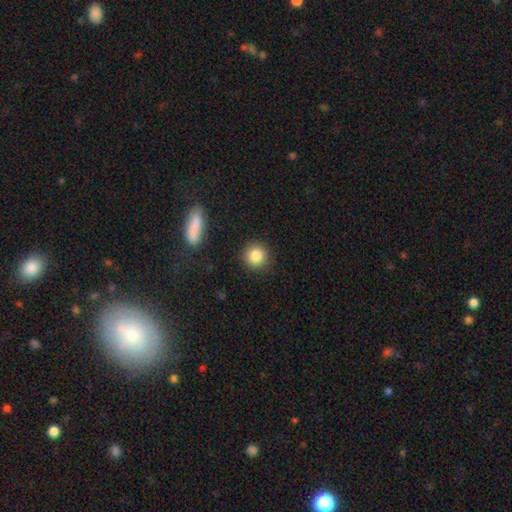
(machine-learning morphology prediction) type=smooth (85%); roundness=round (92%); merging=none (90%).